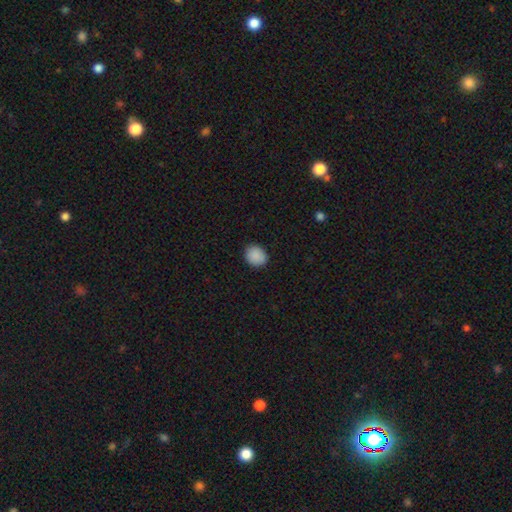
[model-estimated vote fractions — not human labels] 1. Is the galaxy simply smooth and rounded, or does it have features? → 89% smooth, 8% star or artifact, 3% featured or disk.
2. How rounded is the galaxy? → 66% round, 33% in between, 1% cigar-shaped.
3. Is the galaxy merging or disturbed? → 87% none, 10% minor disturbance, 2% major disturbance, 1% merger.